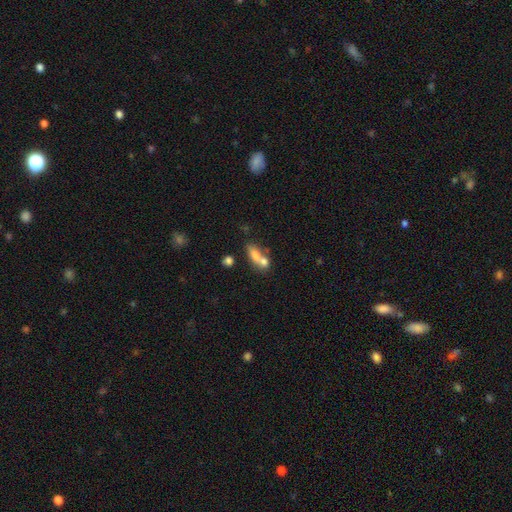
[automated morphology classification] smooth-or-featured: smooth: 70% | featured or disk: 20% | star or artifact: 10%
  how-rounded: in between: 68% | cigar-shaped: 18% | round: 14%
  merging: merger: 58% | none: 27% | minor disturbance: 9% | major disturbance: 6%